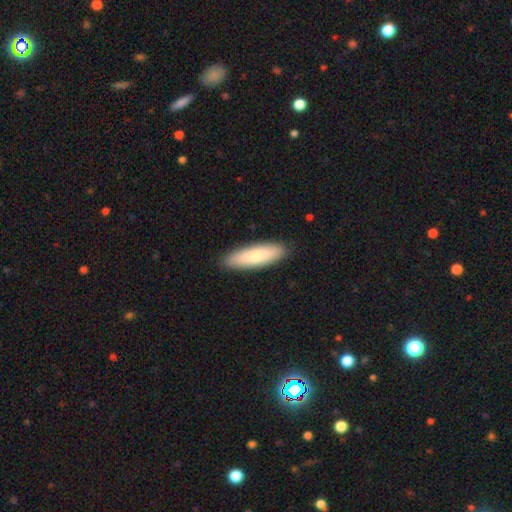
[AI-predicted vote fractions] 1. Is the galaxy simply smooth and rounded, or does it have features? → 75% smooth, 20% featured or disk, 5% star or artifact.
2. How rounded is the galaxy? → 59% cigar-shaped, 40% in between, 2% round.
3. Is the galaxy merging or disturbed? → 89% none, 8% minor disturbance, 2% major disturbance, 1% merger.